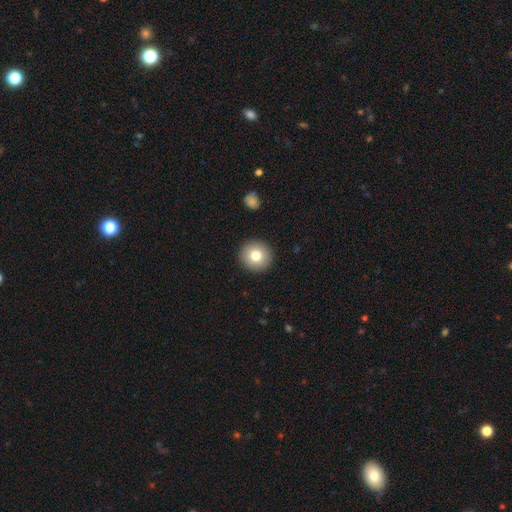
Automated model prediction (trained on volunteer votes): The model was most divided on "smooth or featured": smooth: 78%, featured or disk: 13%, star or artifact: 9%. More confident: how rounded — round (94%); merging — none (92%).